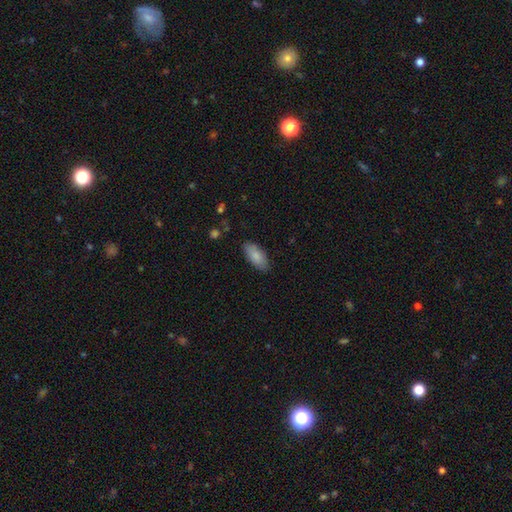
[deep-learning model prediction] This is clearly a smooth galaxy (84%). How rounded: clearly in between (88%). Merging: clearly none (85%).